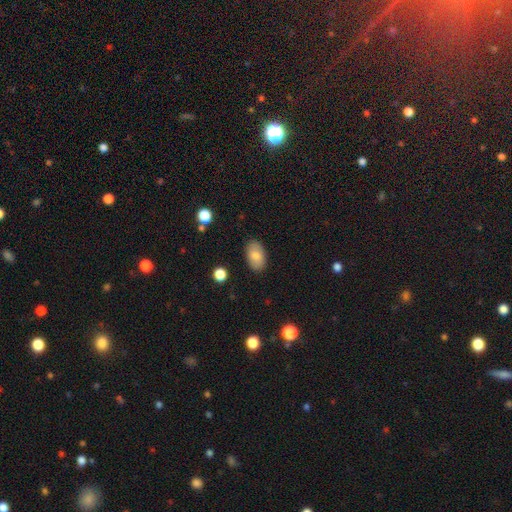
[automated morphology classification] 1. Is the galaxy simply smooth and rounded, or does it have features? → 81% smooth, 12% featured or disk, 7% star or artifact.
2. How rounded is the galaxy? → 93% in between, 6% round, 1% cigar-shaped.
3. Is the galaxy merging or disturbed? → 86% none, 10% minor disturbance, 2% major disturbance, 1% merger.